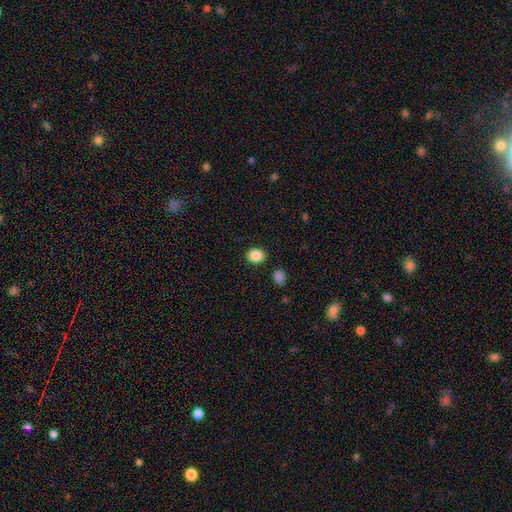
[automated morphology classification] Smooth or featured? smooth (87%)
How rounded? round (56%)
Merging? none (88%)